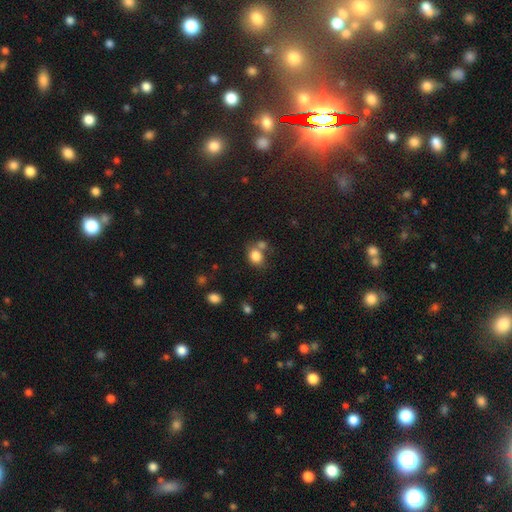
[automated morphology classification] type=smooth (82%); roundness=round (50%); merging=none (47%).